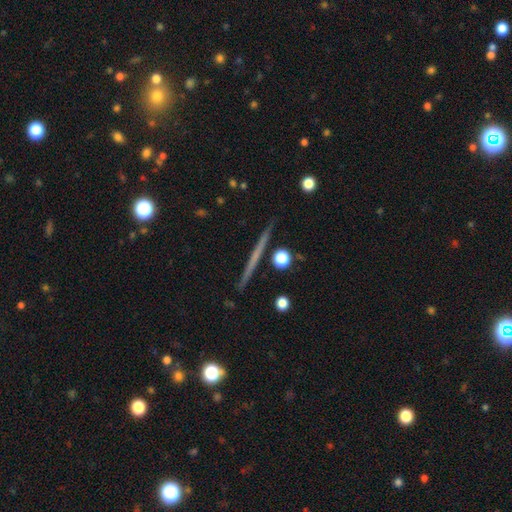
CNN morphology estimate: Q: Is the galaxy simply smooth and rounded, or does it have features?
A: featured or disk — 65%.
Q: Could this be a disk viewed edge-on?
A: yes — 98%.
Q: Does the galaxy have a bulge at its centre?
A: none — 77%.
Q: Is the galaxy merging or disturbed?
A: none — 91%.